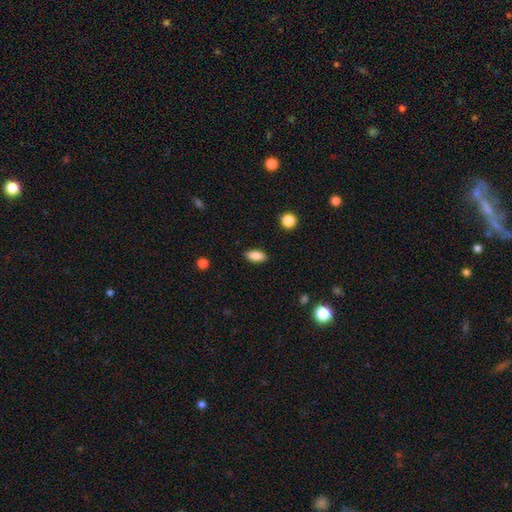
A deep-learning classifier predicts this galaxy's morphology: The model was most divided on "how rounded": in between: 86%, cigar-shaped: 11%, round: 3%. More confident: merging — none (88%); smooth or featured — smooth (87%).